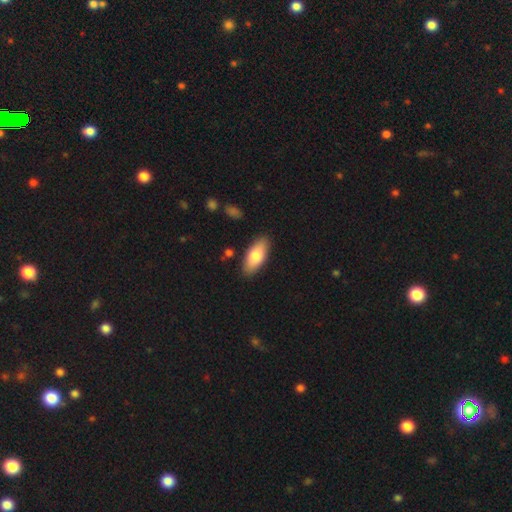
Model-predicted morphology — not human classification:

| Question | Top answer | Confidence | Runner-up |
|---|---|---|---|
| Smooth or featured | smooth | 77% | featured or disk (17%) |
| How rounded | in between | 83% | cigar-shaped (14%) |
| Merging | none | 87% | minor disturbance (9%) |